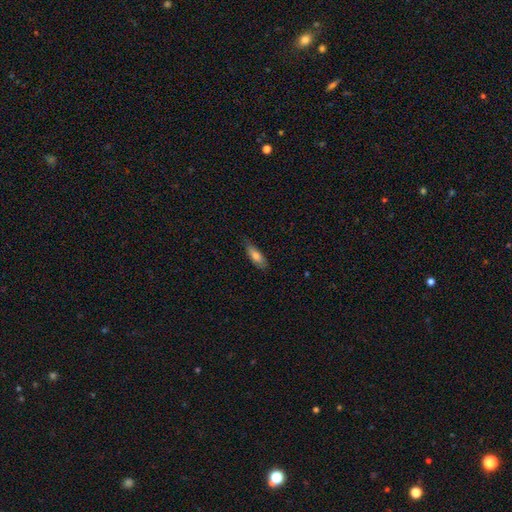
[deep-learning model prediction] Overall: smooth (75%). How rounded: in between (59%; cigar-shaped 39%). Merging: none (72%).